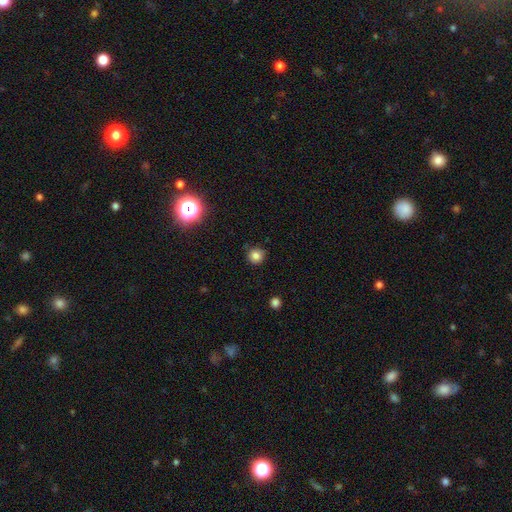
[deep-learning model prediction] Smooth or featured: smooth — 81% (star or artifact — 13%)
How rounded: round — 93% (in between — 6%)
Merging: none — 84% (minor disturbance — 12%)